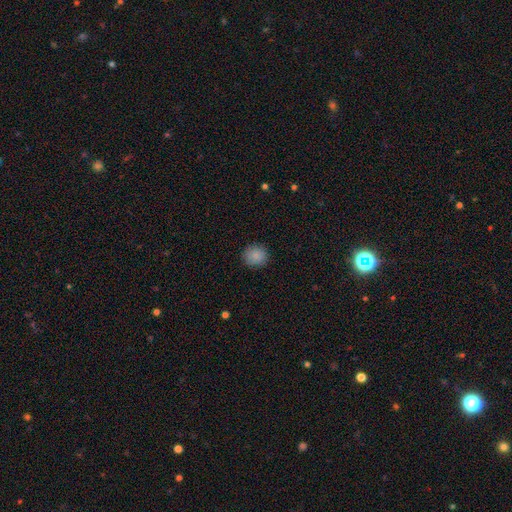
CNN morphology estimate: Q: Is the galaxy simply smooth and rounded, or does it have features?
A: smooth — 87%.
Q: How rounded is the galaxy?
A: round — 85%.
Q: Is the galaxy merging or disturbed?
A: none — 88%.